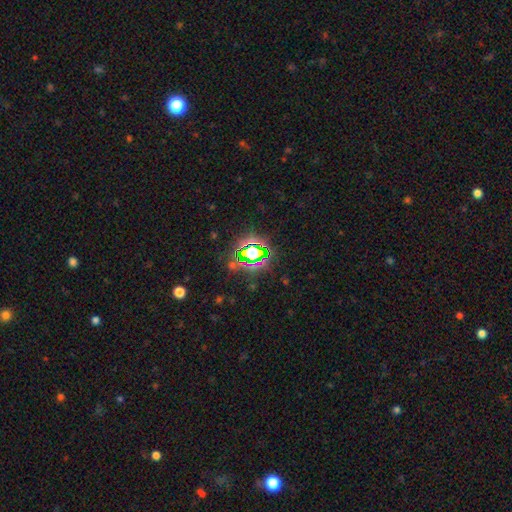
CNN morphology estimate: The model was most divided on "smooth or featured": star or artifact: 76%, smooth: 15%, featured or disk: 9%.